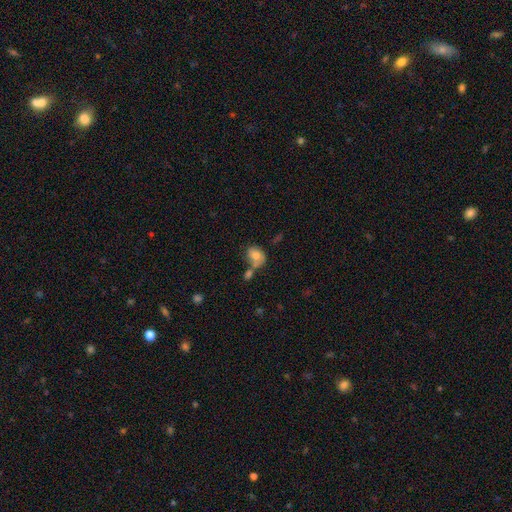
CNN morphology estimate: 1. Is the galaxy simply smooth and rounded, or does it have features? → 74% smooth, 17% featured or disk, 9% star or artifact.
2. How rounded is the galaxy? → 59% in between, 40% round, 1% cigar-shaped.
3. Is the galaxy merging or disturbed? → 36% merger (tied), 36% none (tied), 19% minor disturbance, 10% major disturbance.